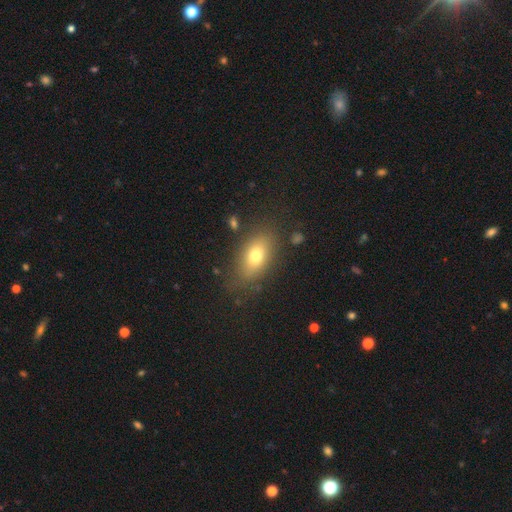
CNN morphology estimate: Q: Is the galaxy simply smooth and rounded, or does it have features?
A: smooth — 73%.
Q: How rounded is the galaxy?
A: in between — 84%.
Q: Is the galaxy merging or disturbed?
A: none — 78%.